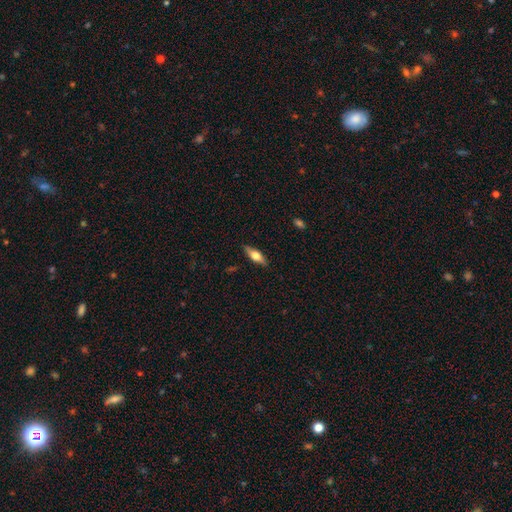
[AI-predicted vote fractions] Smooth or featured?
  - smooth: 53% *
  - featured or disk: 40%
  - star or artifact: 6%
How rounded?
  - in between: 62% *
  - cigar-shaped: 35%
  - round: 3%
Merging?
  - none: 86% *
  - minor disturbance: 11%
  - major disturbance: 2%
  - merger: 1%